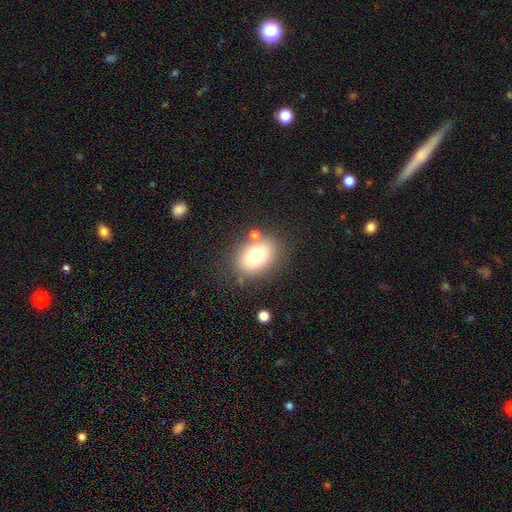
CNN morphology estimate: type=smooth (78%); roundness=in between (76%); merging=none (74%).